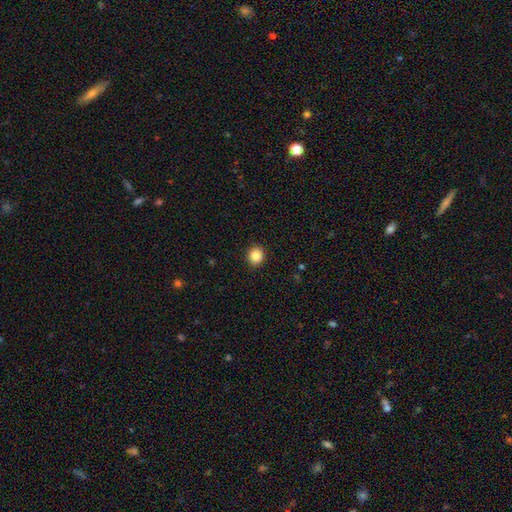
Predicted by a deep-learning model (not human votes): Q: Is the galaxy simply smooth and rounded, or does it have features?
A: smooth — 86%.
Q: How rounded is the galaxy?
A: round — 88%.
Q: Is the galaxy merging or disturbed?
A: none — 92%.